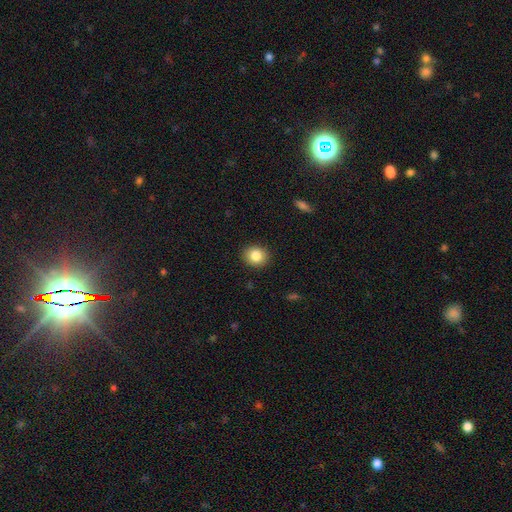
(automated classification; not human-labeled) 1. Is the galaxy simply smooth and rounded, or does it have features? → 84% smooth, 9% star or artifact, 6% featured or disk.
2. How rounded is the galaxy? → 73% round, 26% in between, 1% cigar-shaped.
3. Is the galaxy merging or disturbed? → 91% none, 6% minor disturbance, 2% major disturbance, 1% merger.